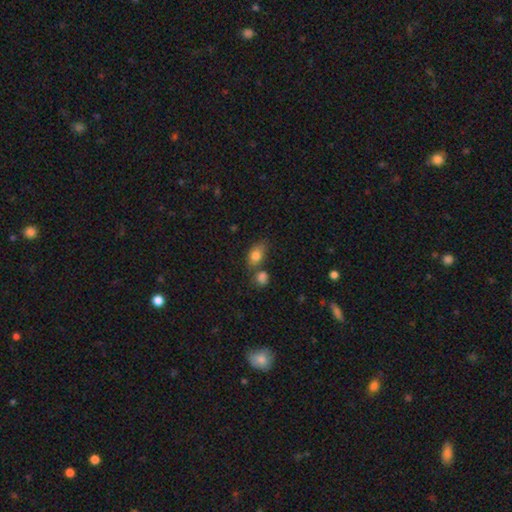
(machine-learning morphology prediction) smooth 80%, featured or disk 11%, star or artifact 9%. Down the decision tree: how rounded — in between (80%); merging — none (57%).